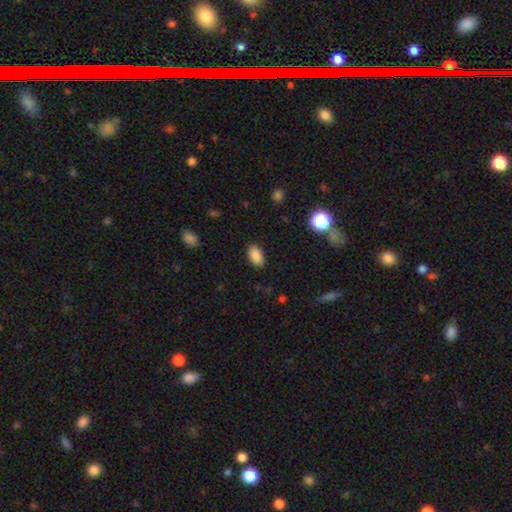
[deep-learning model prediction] Overall: smooth (87%). How rounded: in between (93%). Merging: none (87%).